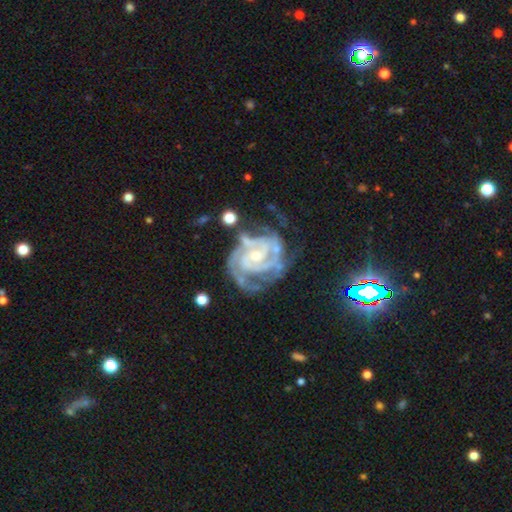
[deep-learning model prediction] A featured or disk galaxy (91%) with no bar (53%), 2 (38%) tight (64%) spiral arms (97%) and a small central bulge (51%).

Vote fractions:
- Smooth or featured? featured or disk: 91% / star or artifact: 5% / smooth: 4%
- Edge-on disk? no: 98% / yes: 2%
- Bar? no: 53% / weak: 36% / strong: 11%
- Spiral arms? yes: 97% / no: 3%
- Spiral winding? tight: 64% / medium: 31% / loose: 5%
- Spiral arm count? 2: 38% / 3: 26% / can't tell: 18% / 4: 8% / 1: 5% / more than 4: 5%
- Bulge size? small: 51% / moderate: 43% / none: 3% / large: 2% / dominant: 1%
- Merging? none: 50% / minor disturbance: 24% / major disturbance: 20% / merger: 6%